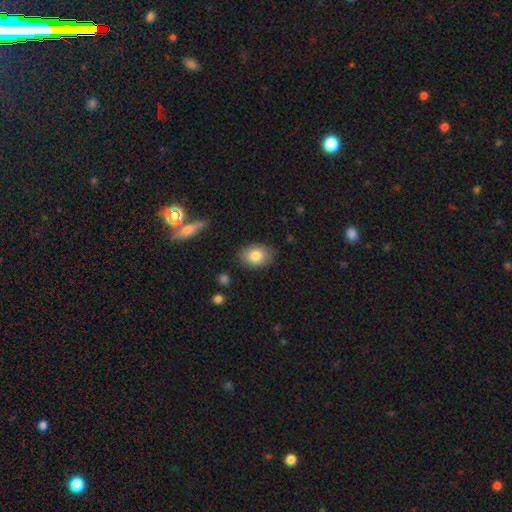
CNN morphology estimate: smooth 82%, featured or disk 10%, star or artifact 8%. Down the decision tree: how rounded — in between (72%); merging — none (83%).